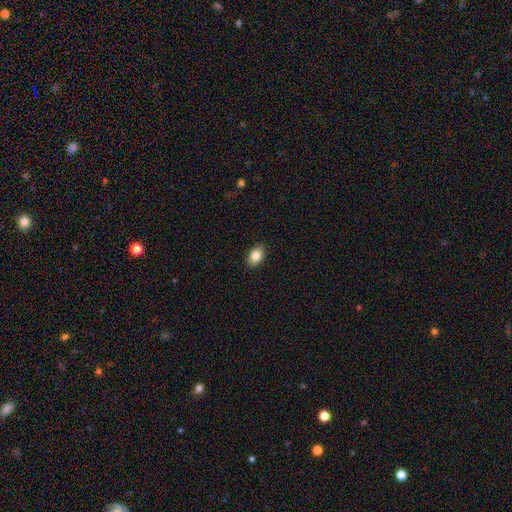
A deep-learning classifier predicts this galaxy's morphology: Smooth or featured?
  - smooth: 85% *
  - star or artifact: 8%
  - featured or disk: 7%
How rounded?
  - in between: 86% *
  - round: 12%
  - cigar-shaped: 1%
Merging?
  - none: 89% *
  - minor disturbance: 8%
  - major disturbance: 2%
  - merger: 1%